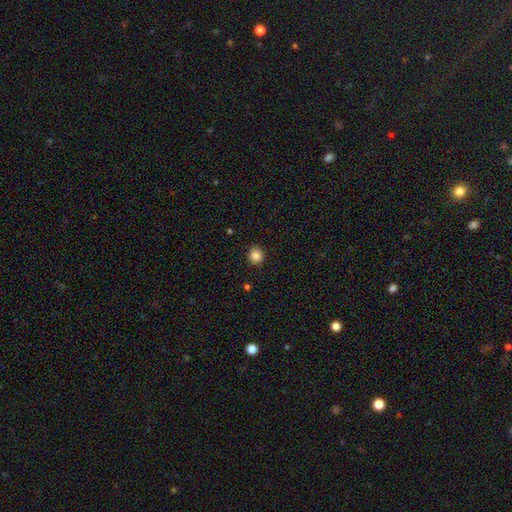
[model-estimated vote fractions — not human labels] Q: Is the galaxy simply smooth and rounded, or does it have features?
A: smooth — 84%.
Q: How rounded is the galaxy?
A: round — 91%.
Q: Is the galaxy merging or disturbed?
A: none — 92%.